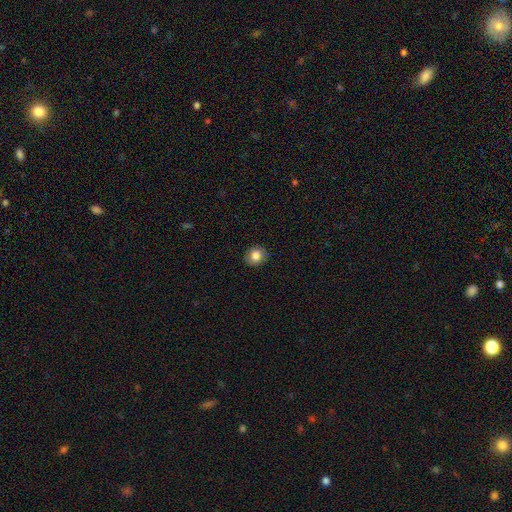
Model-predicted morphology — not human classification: Q: Smooth or featured?
A: smooth (83%); runner-up: star or artifact (9%)
Q: How rounded?
A: round (78%); runner-up: in between (21%)
Q: Merging?
A: none (86%); runner-up: minor disturbance (10%)